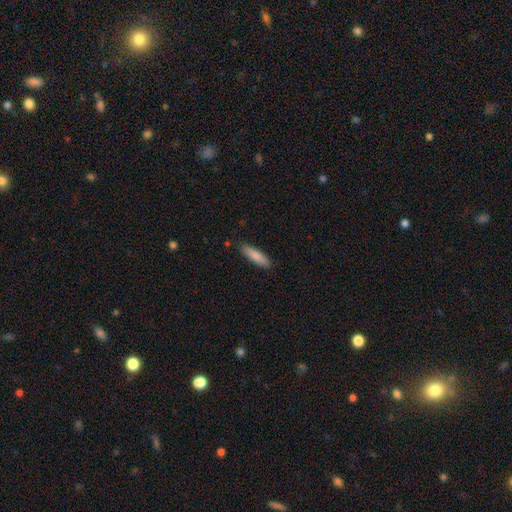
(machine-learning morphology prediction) A smooth galaxy with no disk features (85%) that is cigar-shaped (67%).

Vote fractions:
- Smooth or featured? smooth: 85% / featured or disk: 9% / star or artifact: 6%
- How rounded? cigar-shaped: 67% / in between: 32% / round: 1%
- Merging? none: 87% / minor disturbance: 10% / major disturbance: 2% / merger: 1%